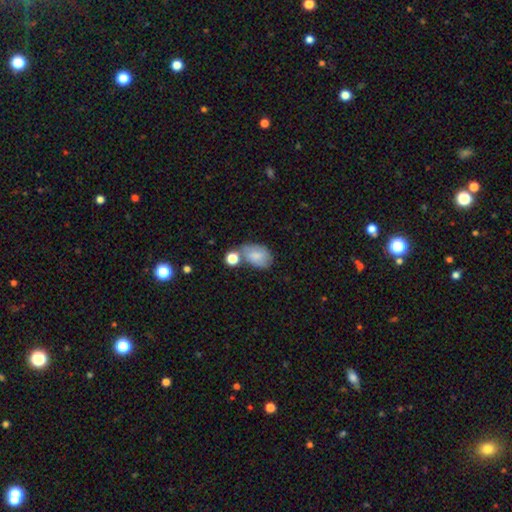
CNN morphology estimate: type=smooth (77%); roundness=in between (85%); merging=none (42%).